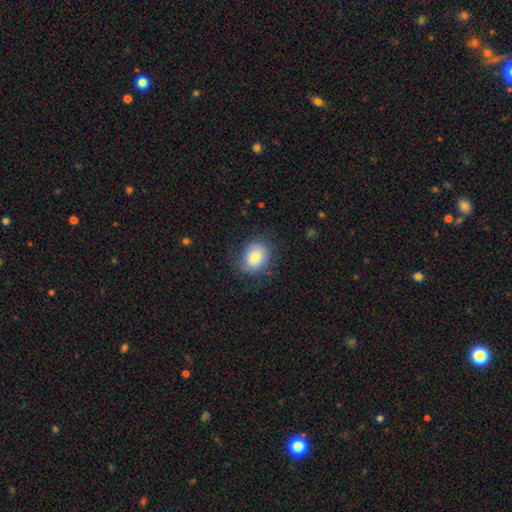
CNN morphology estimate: Smooth or featured?
  - smooth: 80% *
  - featured or disk: 12%
  - star or artifact: 8%
How rounded?
  - in between: 53% *
  - round: 47%
  - cigar-shaped: 1%
Merging?
  - none: 73% *
  - minor disturbance: 19%
  - major disturbance: 7%
  - merger: 1%